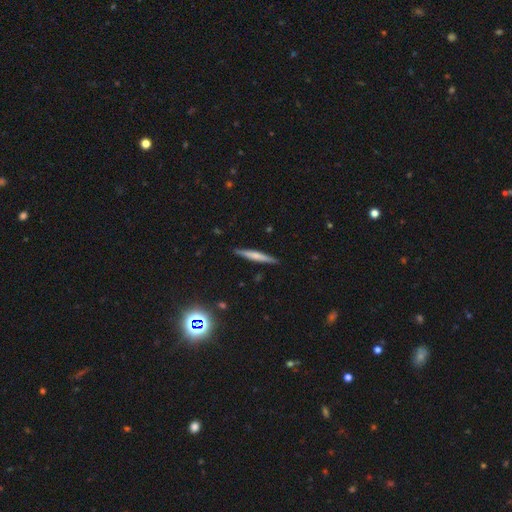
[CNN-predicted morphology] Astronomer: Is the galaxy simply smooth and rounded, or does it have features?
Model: smooth — 51% (runner-up: featured or disk, 43%).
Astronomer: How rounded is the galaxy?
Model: cigar-shaped — 95%.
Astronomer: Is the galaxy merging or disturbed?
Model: none — 90%.